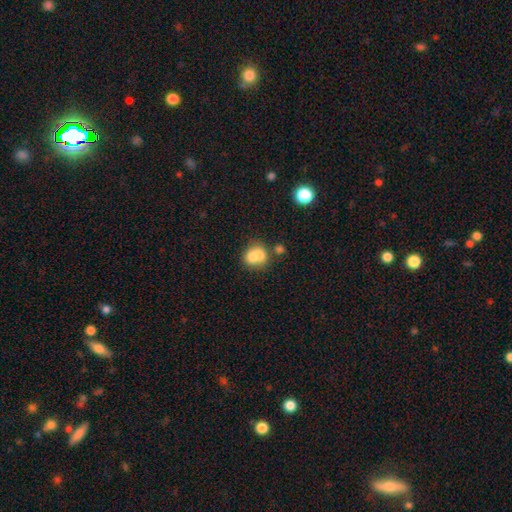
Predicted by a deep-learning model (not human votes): Q: Smooth or featured?
A: smooth (70%); runner-up: featured or disk (20%)
Q: How rounded?
A: round (71%); runner-up: in between (28%)
Q: Merging?
A: merger (58%); runner-up: none (30%)